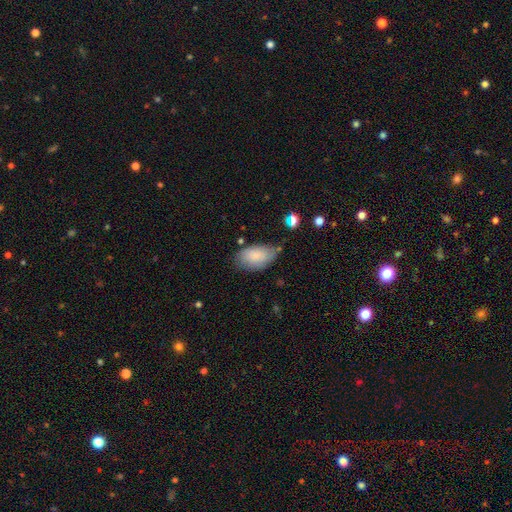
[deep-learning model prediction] This is clearly a smooth galaxy (80%). How rounded: clearly in between (94%). Merging: likely none (62%).